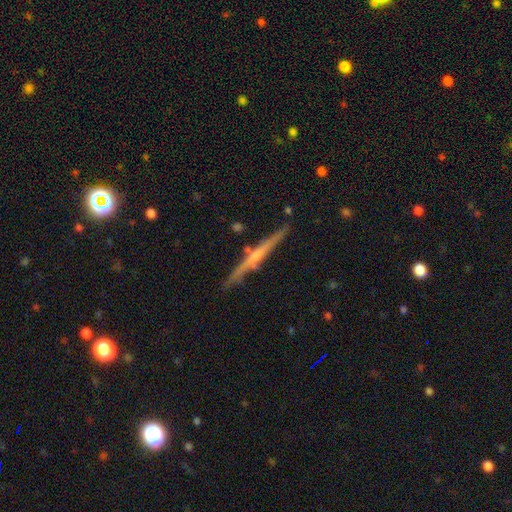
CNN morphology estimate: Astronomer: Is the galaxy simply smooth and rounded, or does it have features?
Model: featured or disk — 79%.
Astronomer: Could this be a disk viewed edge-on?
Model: yes — 98%.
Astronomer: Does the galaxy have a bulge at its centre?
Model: rounded — 77%.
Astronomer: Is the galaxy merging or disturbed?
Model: none — 89%.